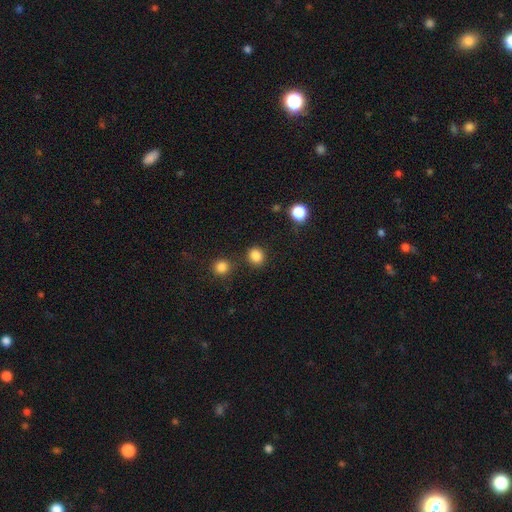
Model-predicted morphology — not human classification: The model was most divided on "how rounded": round: 82%, in between: 17%, cigar-shaped: 1%. More confident: merging — none (86%); smooth or featured — smooth (85%).